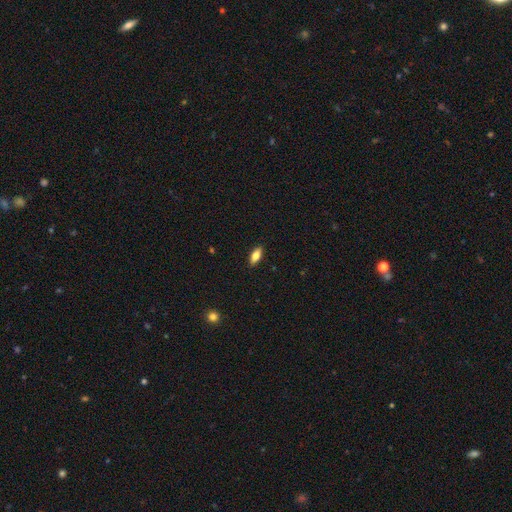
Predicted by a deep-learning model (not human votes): The model was most divided on "smooth or featured": smooth: 74%, featured or disk: 19%, star or artifact: 7%. More confident: merging — none (89%); how rounded — in between (79%).